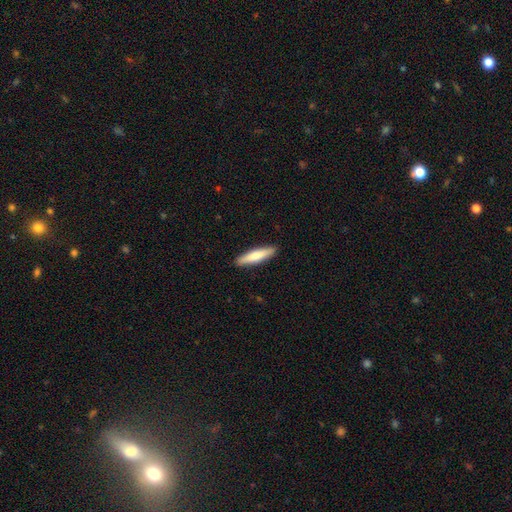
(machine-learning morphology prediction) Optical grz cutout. It shows a smooth galaxy with no disk features (75%) that is cigar-shaped (82%). Merging: none (91%).